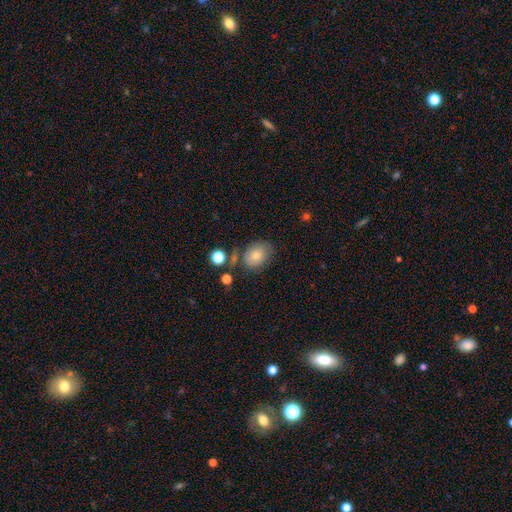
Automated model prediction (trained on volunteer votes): Smooth or featured: smooth — 75% (featured or disk — 16%)
How rounded: in between — 61% (round — 38%)
Merging: none — 61% (minor disturbance — 23%)